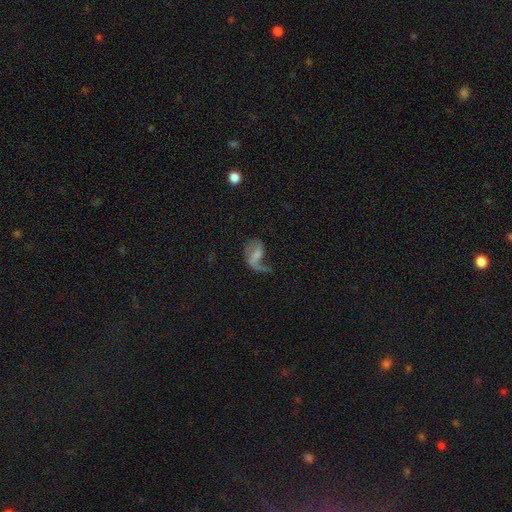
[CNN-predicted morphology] Overall: featured or disk (61%; smooth 30%). Edge-on disk: no (97%). Bar: weak (41%, tied with no). Spiral arms: yes (74%). Bulge size: none (38%; small 31%). Merging: major disturbance (50%; none 26%).